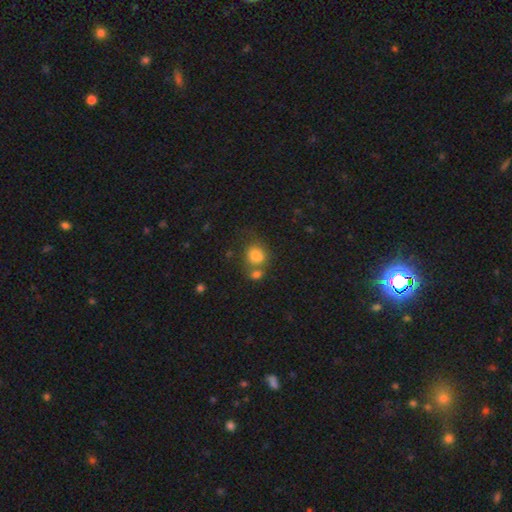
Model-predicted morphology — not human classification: This is likely a smooth galaxy (79%). How rounded: likely round (64%). Merging: marginally none (40%).